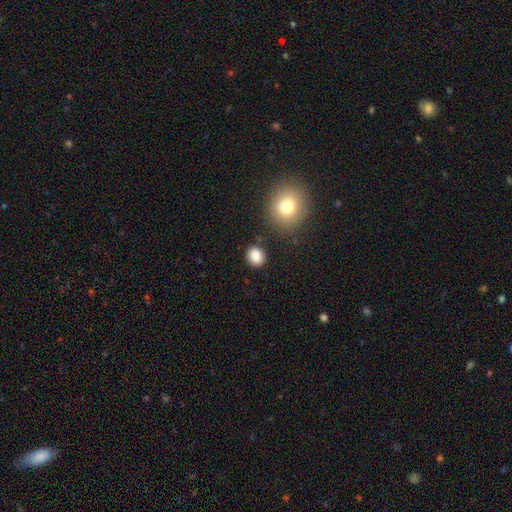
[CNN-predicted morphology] Smooth or featured? Predicted: smooth (p=0.86). How rounded? Predicted: round (p=0.72). Merging? Predicted: none (p=0.82).